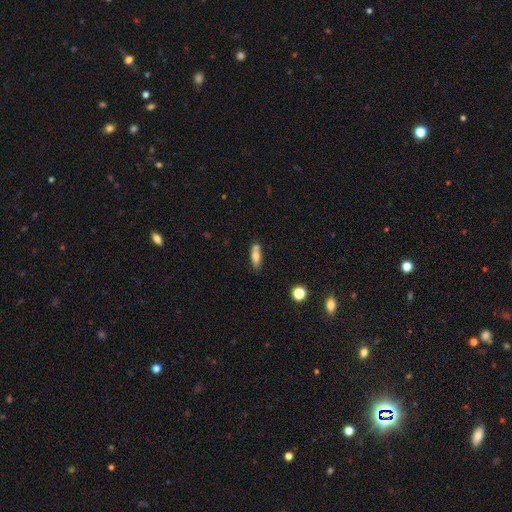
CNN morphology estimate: A smooth galaxy with no disk features (66%) that is in between round and cigar-shaped (54%).

Vote fractions:
- Smooth or featured? smooth: 66% / featured or disk: 26% / star or artifact: 8%
- How rounded? in between: 54% / cigar-shaped: 42% / round: 3%
- Merging? none: 55% / merger: 24% / minor disturbance: 16% / major disturbance: 5%